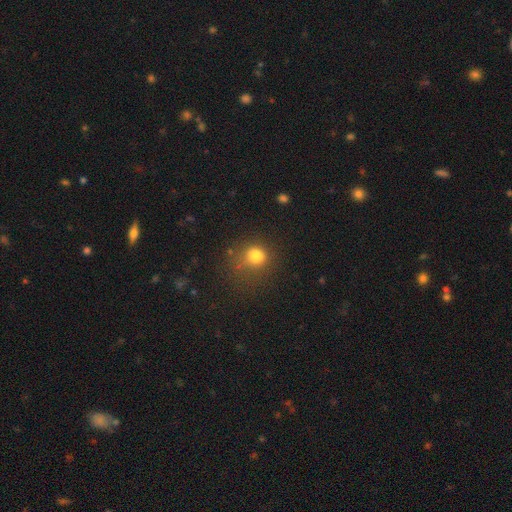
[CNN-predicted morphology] smooth 79%, star or artifact 14%, featured or disk 7%. Down the decision tree: how rounded — round (75%); merging — none (60%).